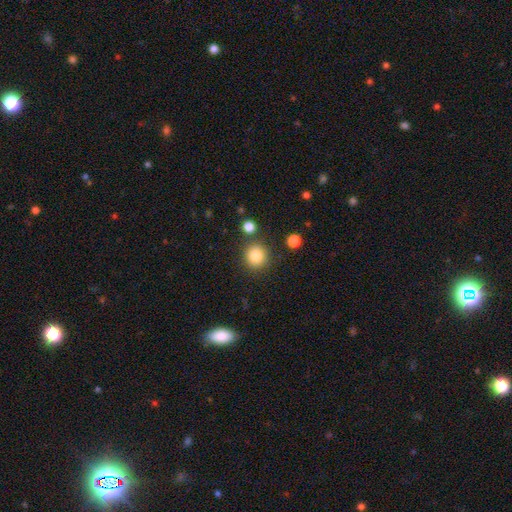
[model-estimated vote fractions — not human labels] Q: Smooth or featured?
A: smooth (84%); runner-up: star or artifact (11%)
Q: How rounded?
A: round (91%); runner-up: in between (8%)
Q: Merging?
A: none (85%); runner-up: minor disturbance (8%)